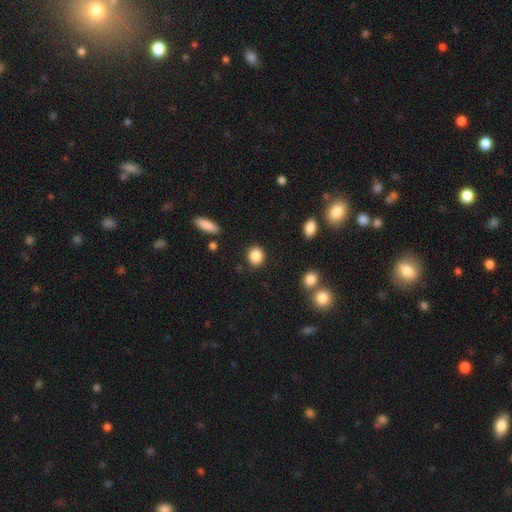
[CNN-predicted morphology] A smooth galaxy with no disk features (87%) that is round (69%). Merging: none (87%).